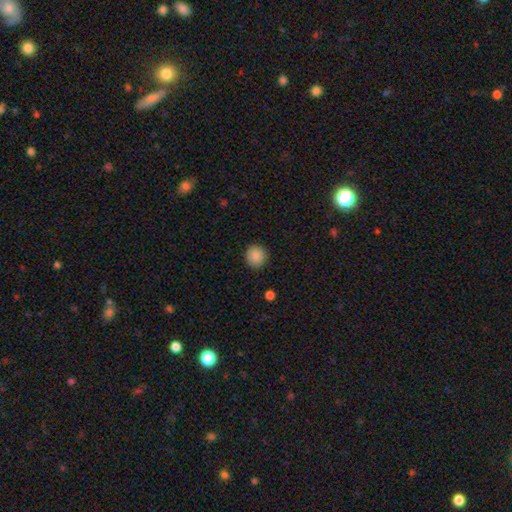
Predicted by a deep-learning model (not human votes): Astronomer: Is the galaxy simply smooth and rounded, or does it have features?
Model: smooth — 87%.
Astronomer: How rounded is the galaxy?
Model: round — 91%.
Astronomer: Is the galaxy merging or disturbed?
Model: none — 89%.